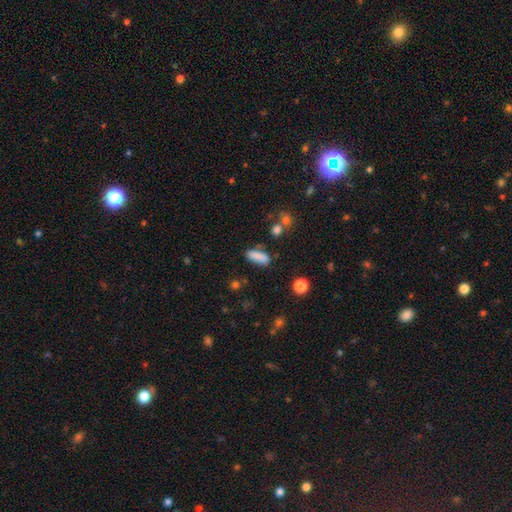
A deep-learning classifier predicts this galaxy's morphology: Overall: smooth (84%). How rounded: in between (67%; cigar-shaped 29%). Merging: none (74%).